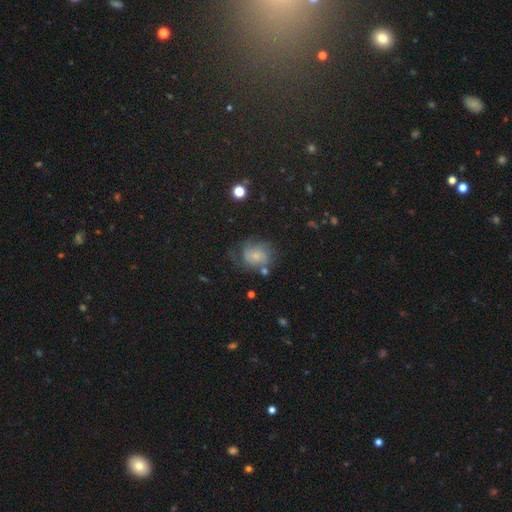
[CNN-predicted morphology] This is possibly a smooth galaxy (49%). Merging: possibly none (45%).